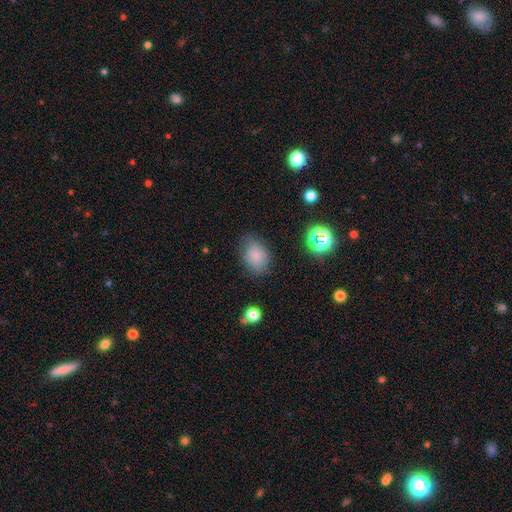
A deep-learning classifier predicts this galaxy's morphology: Smooth or featured?
  - smooth: 82% *
  - star or artifact: 11%
  - featured or disk: 7%
How rounded?
  - in between: 72% *
  - round: 27%
  - cigar-shaped: 1%
Merging?
  - none: 73% *
  - minor disturbance: 19%
  - major disturbance: 6%
  - merger: 2%